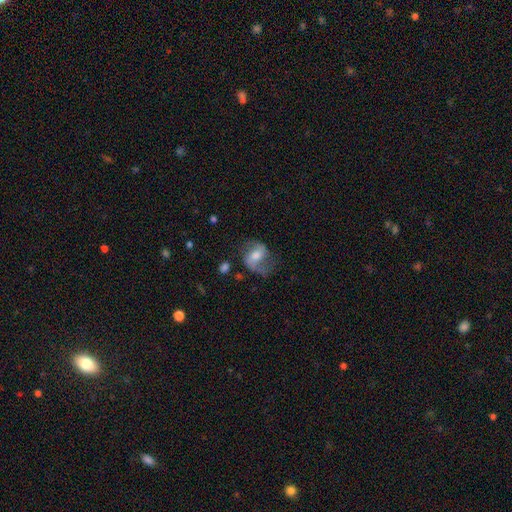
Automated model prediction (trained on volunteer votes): smooth-or-featured: featured or disk: 68% | smooth: 24% | star or artifact: 8%
  disk-edge-on: no: 97% | yes: 3%
    bar: weak: 44% | no: 32% | strong: 24%
    has-spiral-arms: yes: 88% | no: 12%
      spiral-winding: loose: 51% | medium: 38% | tight: 11%
      spiral-arm-count: 2: 79% | 1: 13% | can't tell: 6% | 3: 1% | 4: 1% | more than 4: 1%
    bulge-size: moderate: 60% | small: 24% | large: 11% | none: 4% | dominant: 2%
  merging: none: 56% | minor disturbance: 22% | major disturbance: 19% | merger: 3%